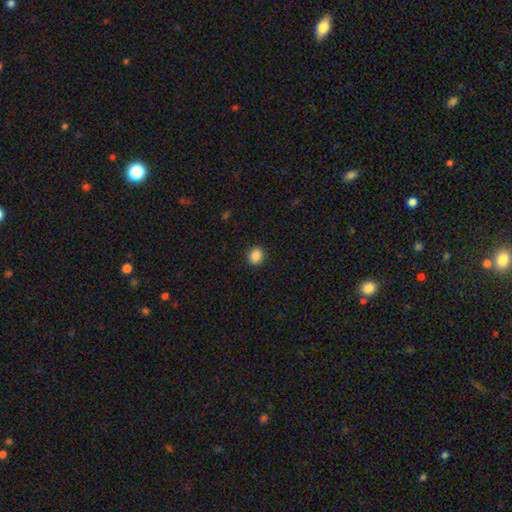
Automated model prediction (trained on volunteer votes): This is clearly a smooth galaxy (87%). How rounded: clearly round (81%). Merging: clearly none (91%).